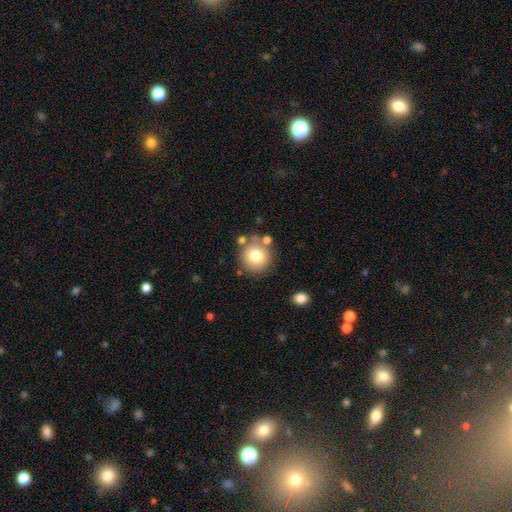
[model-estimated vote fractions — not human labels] The model was most divided on "smooth or featured": smooth: 75%, featured or disk: 14%, star or artifact: 11%. More confident: how rounded — round (90%); merging — none (75%).